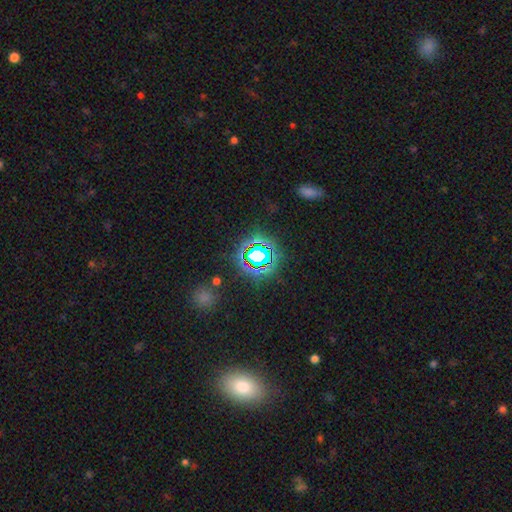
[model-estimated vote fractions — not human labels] star or artifact 75%, smooth 16%, featured or disk 9%.